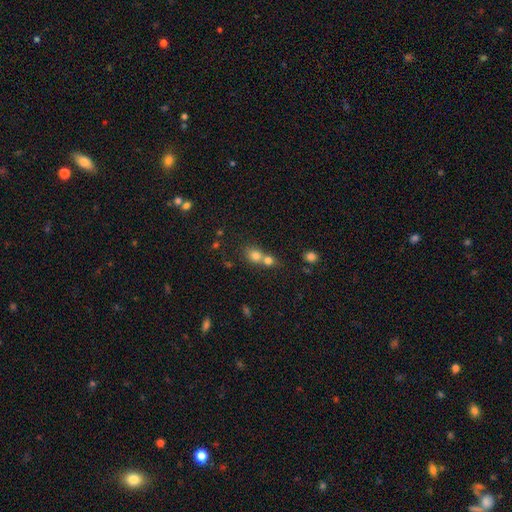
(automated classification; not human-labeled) Overall: smooth (76%). How rounded: round (64%; in between 34%). Merging: merger (62%; none 29%).